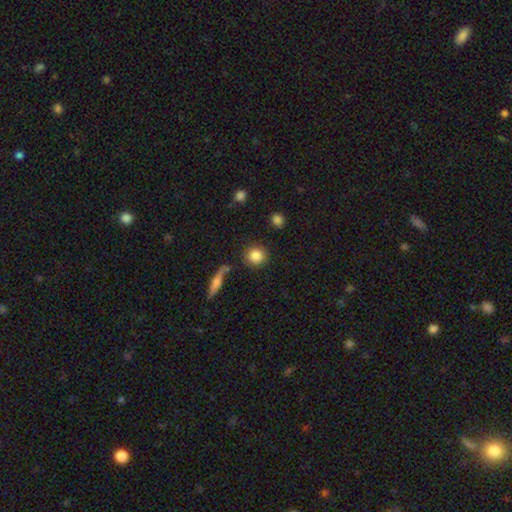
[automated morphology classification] Smooth or featured: smooth — 85% (star or artifact — 8%)
How rounded: round — 88% (in between — 10%)
Merging: none — 85% (minor disturbance — 8%)